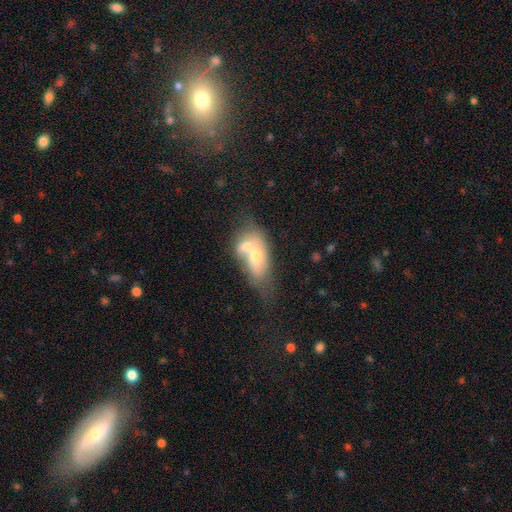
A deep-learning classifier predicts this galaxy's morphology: This appears to be a smooth galaxy with no disk features (56%) that is in between round and cigar-shaped (76%). Merging: merger (72%).